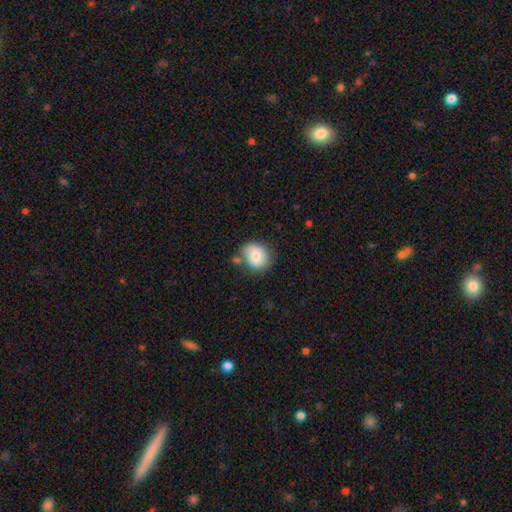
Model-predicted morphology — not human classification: Q: Smooth or featured?
A: smooth (68%); runner-up: featured or disk (24%)
Q: How rounded?
A: round (62%); runner-up: in between (37%)
Q: Merging?
A: none (58%); runner-up: minor disturbance (23%)